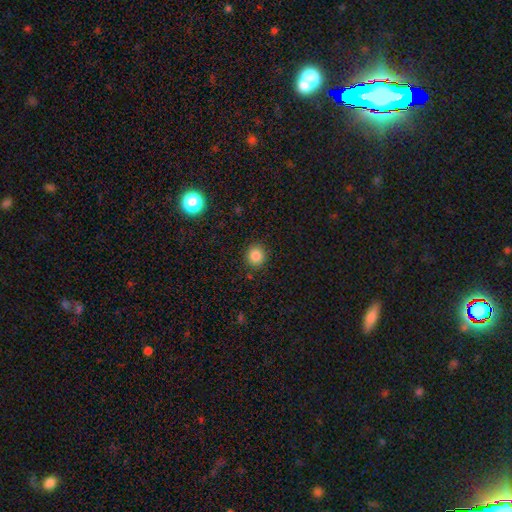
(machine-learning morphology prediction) Smooth or featured? Predicted: smooth (p=0.85). How rounded? Predicted: round (p=0.90). Merging? Predicted: none (p=0.90).